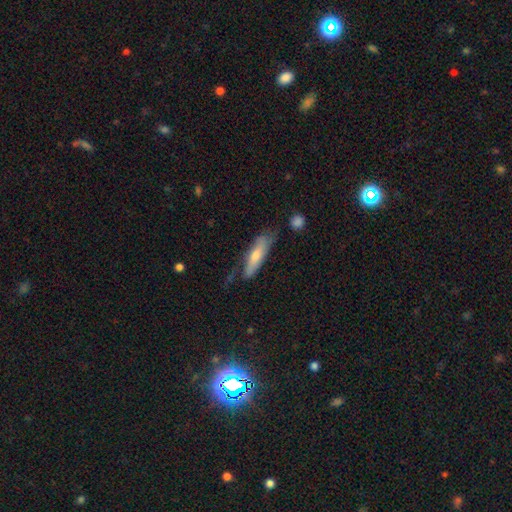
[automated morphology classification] Smooth or featured? Predicted: smooth (p=0.55). How rounded? Predicted: cigar-shaped (p=0.67). Merging? Predicted: none (p=0.58).